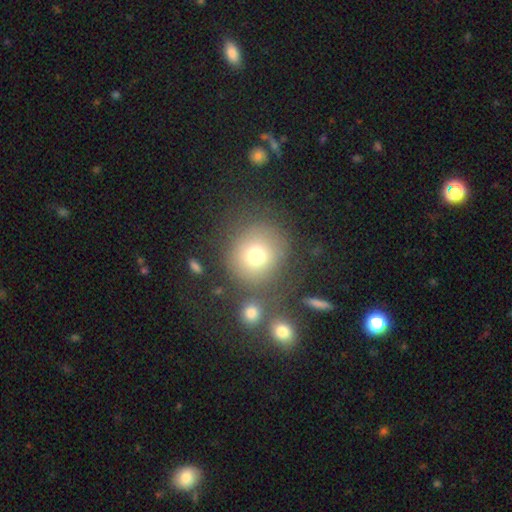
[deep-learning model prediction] Q: Smooth or featured?
A: smooth (72%); runner-up: star or artifact (15%)
Q: How rounded?
A: round (88%); runner-up: in between (11%)
Q: Merging?
A: none (71%); runner-up: minor disturbance (11%)